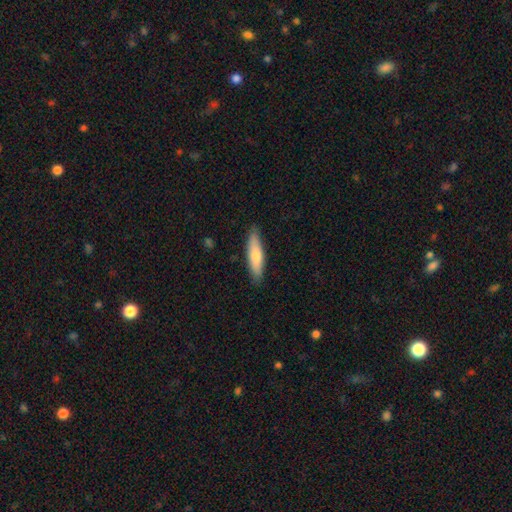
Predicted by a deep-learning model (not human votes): Smooth or featured: smooth — 71% (featured or disk — 24%)
How rounded: cigar-shaped — 70% (in between — 29%)
Merging: none — 86% (minor disturbance — 11%)